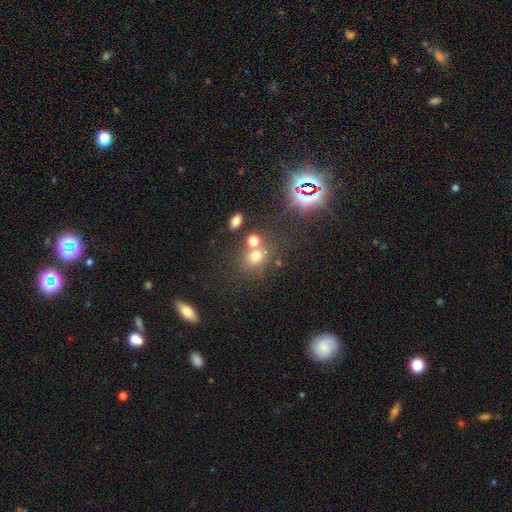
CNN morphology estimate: Smooth or featured? smooth (67%)
How rounded? round (71%)
Merging? none (55%)